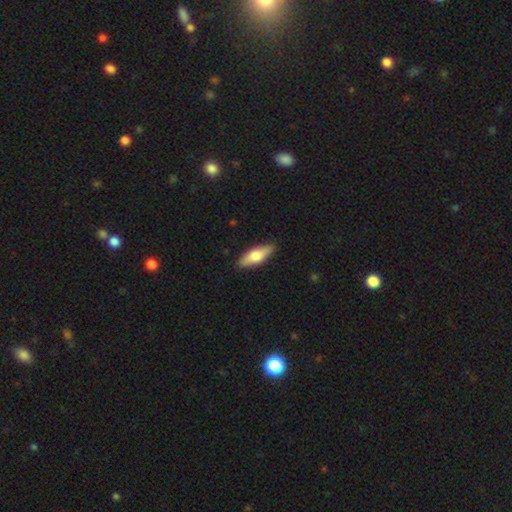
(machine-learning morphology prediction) A smooth galaxy with no disk features (62%) that is in between round and cigar-shaped (55%). Merging: none (89%).